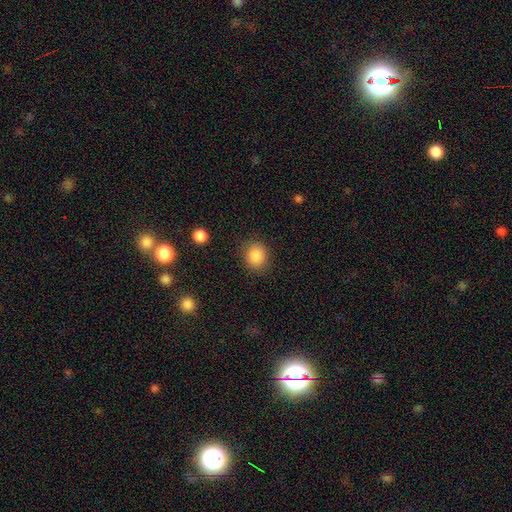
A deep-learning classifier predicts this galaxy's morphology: smooth 87%, star or artifact 9%, featured or disk 4%. Down the decision tree: how rounded — round (78%); merging — none (85%).